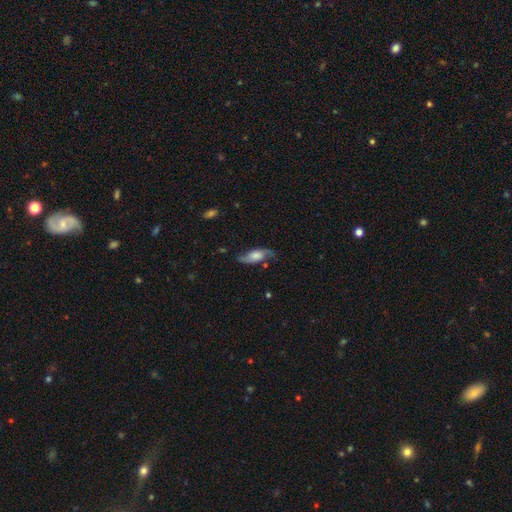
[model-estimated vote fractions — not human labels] Q: Smooth or featured?
A: featured or disk (68%); runner-up: smooth (24%)
Q: Edge-on disk?
A: no (85%); runner-up: yes (15%)
Q: Bar?
A: no (59%); runner-up: weak (32%)
Q: Spiral arms?
A: yes (92%); runner-up: no (8%)
Q: Spiral winding?
A: loose (64%); runner-up: medium (27%)
Q: Spiral arm count?
A: 2 (90%); runner-up: can't tell (5%)
Q: Bulge size?
A: large (31%); runner-up: moderate (29%)
Q: Merging?
A: none (69%); runner-up: minor disturbance (20%)